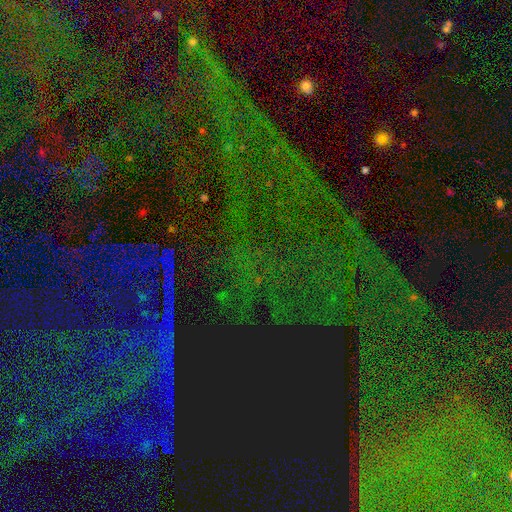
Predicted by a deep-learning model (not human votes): star or artifact 82%, featured or disk 9%, smooth 9%.